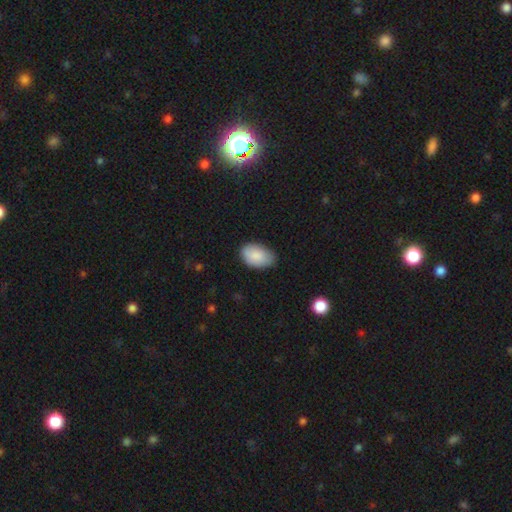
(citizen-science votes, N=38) Morphology: type=smooth (84%); roundness=in between (94%); merging=none (75%).